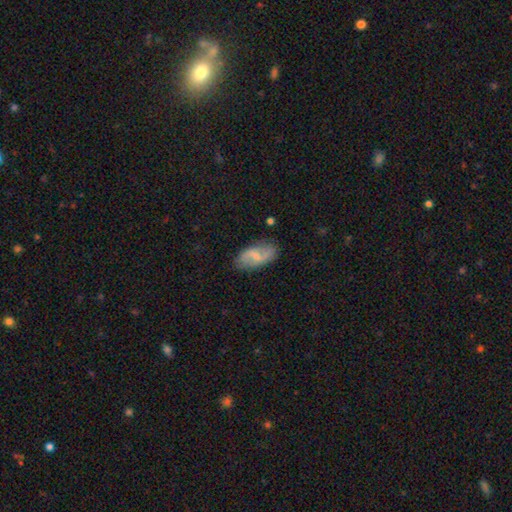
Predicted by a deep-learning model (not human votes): This is possibly a featured or disk galaxy (57%). It is clearly not viewed edge-on (95%). Bar: possibly weak (53%). Spiral arm pattern: clearly yes (80%). Central bulge: possibly small (47%). Merging: clearly none (80%).